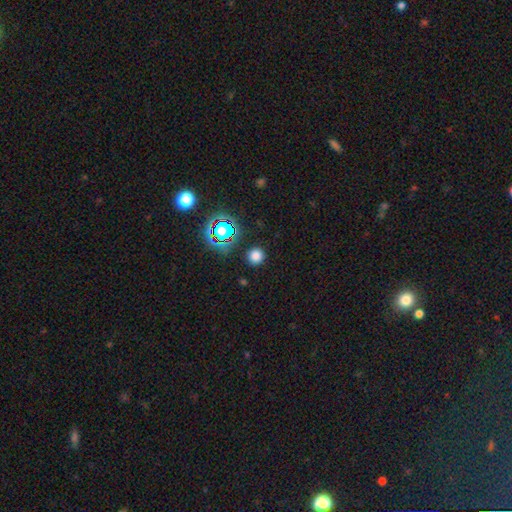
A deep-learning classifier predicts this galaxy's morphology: Smooth or featured? smooth (75%)
How rounded? round (93%)
Merging? none (90%)